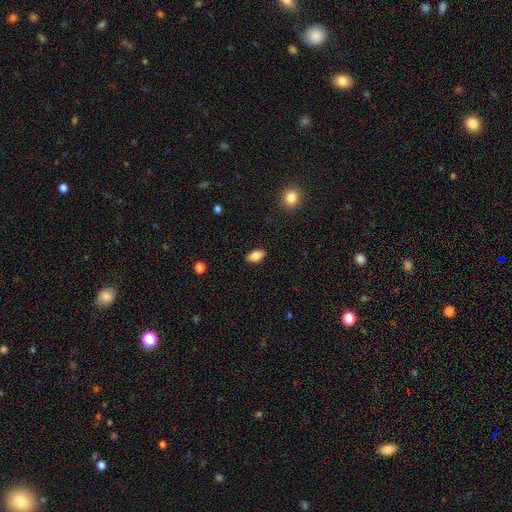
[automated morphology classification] Smooth or featured?
  - smooth: 83% *
  - featured or disk: 10%
  - star or artifact: 8%
How rounded?
  - in between: 90% *
  - round: 6%
  - cigar-shaped: 4%
Merging?
  - none: 88% *
  - minor disturbance: 9%
  - major disturbance: 2%
  - merger: 1%